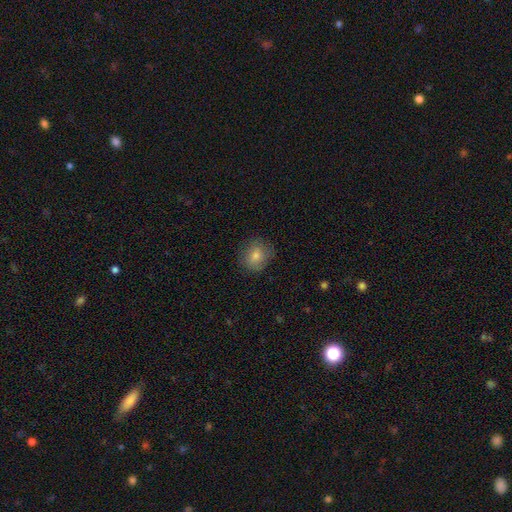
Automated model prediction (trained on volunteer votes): Smooth or featured? smooth (72%)
How rounded? round (71%)
Merging? none (80%)